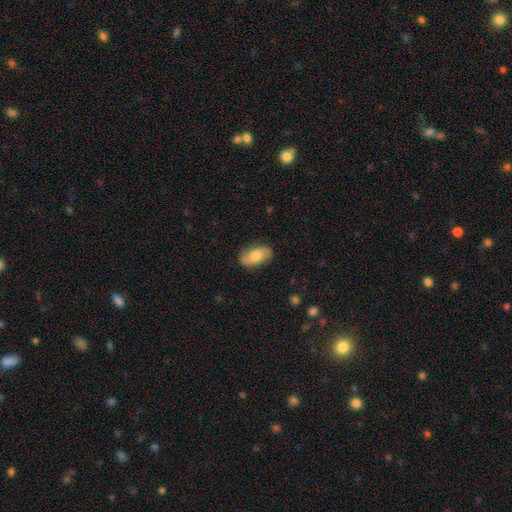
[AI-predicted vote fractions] A smooth galaxy with no disk features (60%) that is in between round and cigar-shaped (91%). Merging: none (81%).